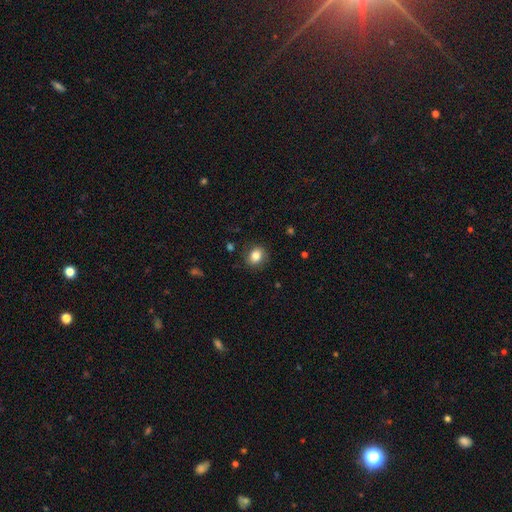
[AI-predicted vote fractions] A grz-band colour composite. It shows a smooth galaxy with no disk features (84%) that is round (55%). Merging: none (85%).